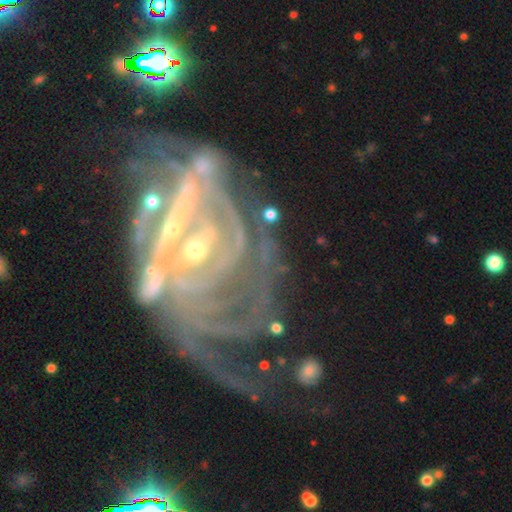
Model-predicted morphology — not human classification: type=featured or disk (86%); edge-on=no (94%); bar=strong (49%); spiral arms=yes (90%); winding=tight (49%); arm count=can't tell (34%); bulge=small (66%); merging=major disturbance (41%).